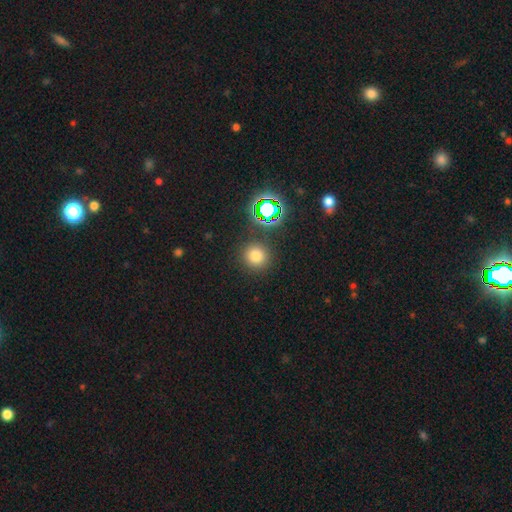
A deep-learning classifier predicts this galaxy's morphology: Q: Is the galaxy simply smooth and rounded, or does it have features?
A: smooth — 72%.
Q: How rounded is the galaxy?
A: round — 93%.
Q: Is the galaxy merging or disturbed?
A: none — 87%.